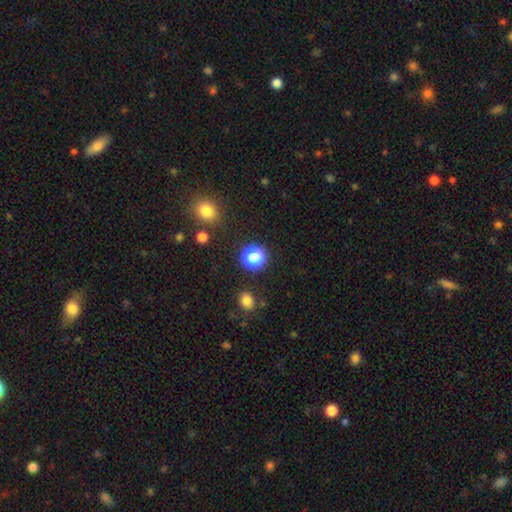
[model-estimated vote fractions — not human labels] Smooth or featured?
  - smooth: 72% *
  - star or artifact: 23%
  - featured or disk: 6%
How rounded?
  - round: 88% *
  - in between: 11%
  - cigar-shaped: 1%
Merging?
  - none: 82% *
  - minor disturbance: 8%
  - merger: 5%
  - major disturbance: 4%